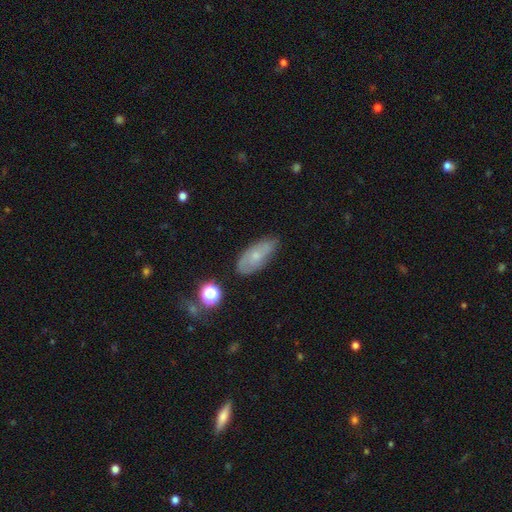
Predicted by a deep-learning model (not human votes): smooth 53%, featured or disk 38%, star or artifact 9%. Down the decision tree: how rounded — in between (85%); merging — none (67%).